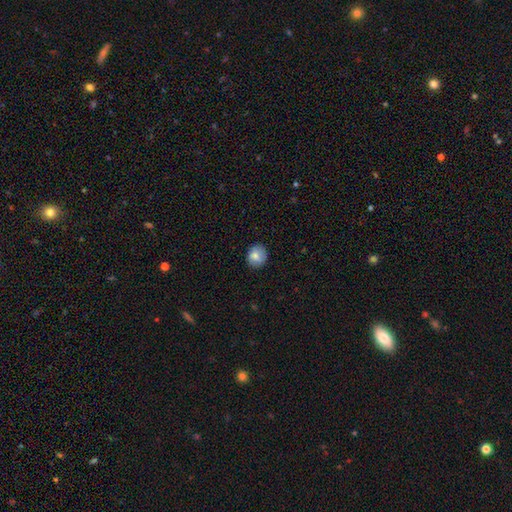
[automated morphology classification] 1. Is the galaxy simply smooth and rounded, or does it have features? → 79% smooth, 13% featured or disk, 8% star or artifact.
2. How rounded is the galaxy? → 76% round, 23% in between, 1% cigar-shaped.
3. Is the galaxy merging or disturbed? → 85% none, 11% minor disturbance, 2% major disturbance, 1% merger.